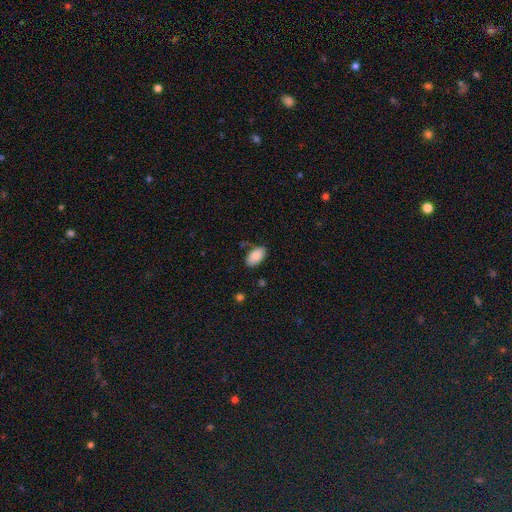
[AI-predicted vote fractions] A smooth galaxy with no disk features (87%) that is in between round and cigar-shaped (95%).

Vote fractions:
- Smooth or featured? smooth: 87% / star or artifact: 7% / featured or disk: 6%
- How rounded? in between: 95% / round: 4% / cigar-shaped: 1%
- Merging? none: 77% / minor disturbance: 15% / merger: 4% / major disturbance: 4%